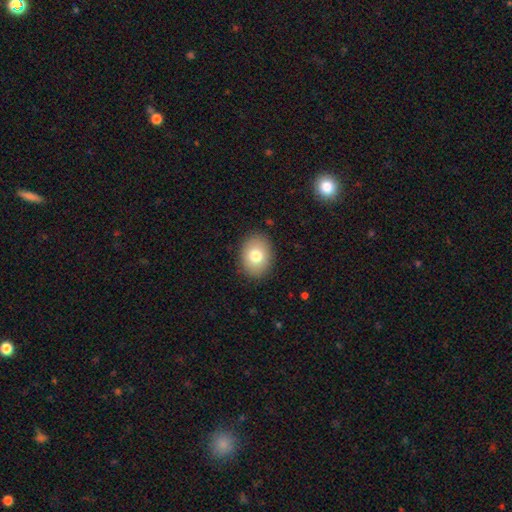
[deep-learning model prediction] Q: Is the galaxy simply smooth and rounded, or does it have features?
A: smooth — 78%.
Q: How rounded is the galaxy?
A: in between — 65%.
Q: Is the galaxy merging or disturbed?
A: none — 88%.